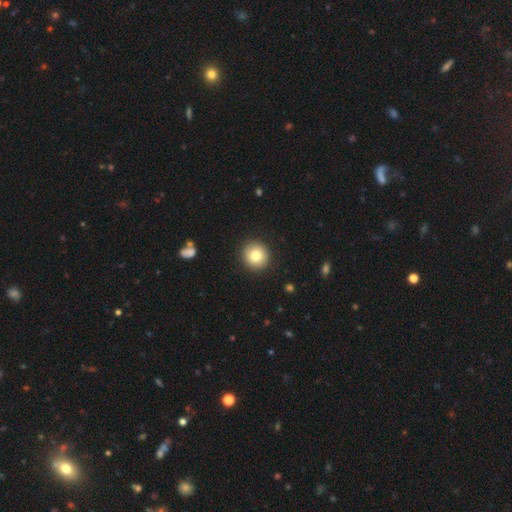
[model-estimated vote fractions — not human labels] Smooth or featured? smooth (81%)
How rounded? round (92%)
Merging? none (91%)